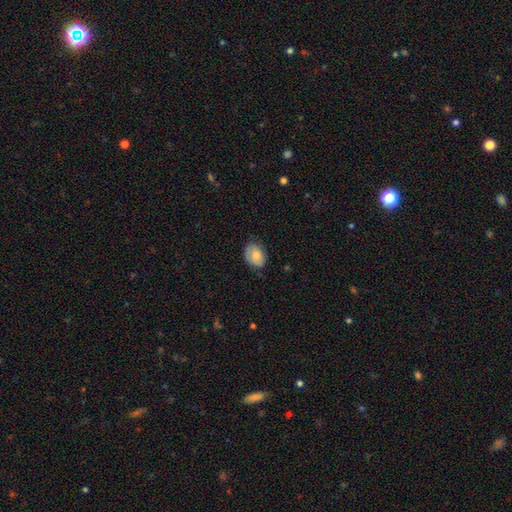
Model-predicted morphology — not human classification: smooth-or-featured: smooth: 68% | featured or disk: 25% | star or artifact: 7%
  how-rounded: in between: 70% | round: 29% | cigar-shaped: 1%
  merging: none: 70% | minor disturbance: 23% | major disturbance: 5% | merger: 1%